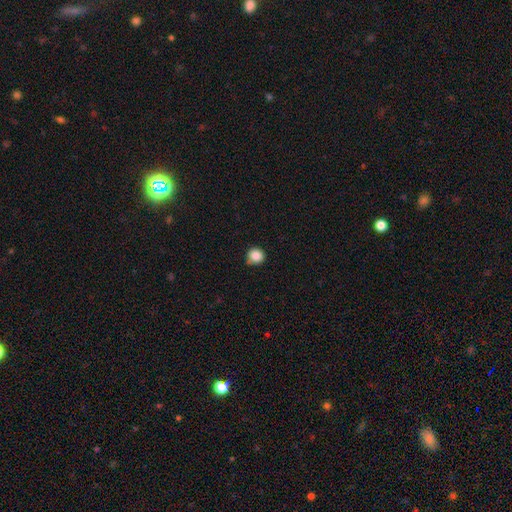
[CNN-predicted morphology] smooth-or-featured: smooth: 87% | star or artifact: 10% | featured or disk: 3%
  how-rounded: round: 91% | in between: 8% | cigar-shaped: 1%
  merging: none: 79% | minor disturbance: 16% | major disturbance: 3% | merger: 2%